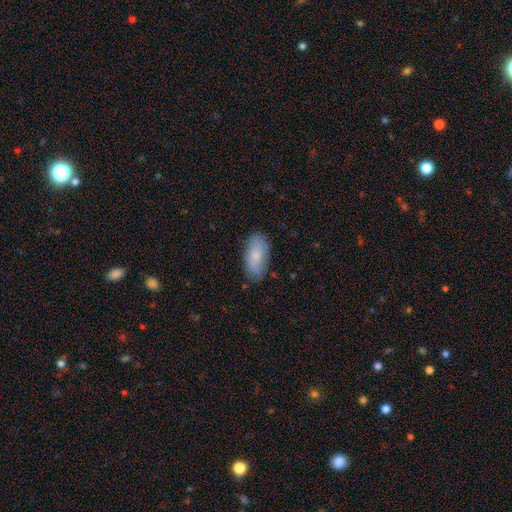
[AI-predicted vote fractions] Q: Smooth or featured?
A: smooth (79%); runner-up: featured or disk (15%)
Q: How rounded?
A: in between (91%); runner-up: cigar-shaped (6%)
Q: Merging?
A: none (79%); runner-up: minor disturbance (17%)